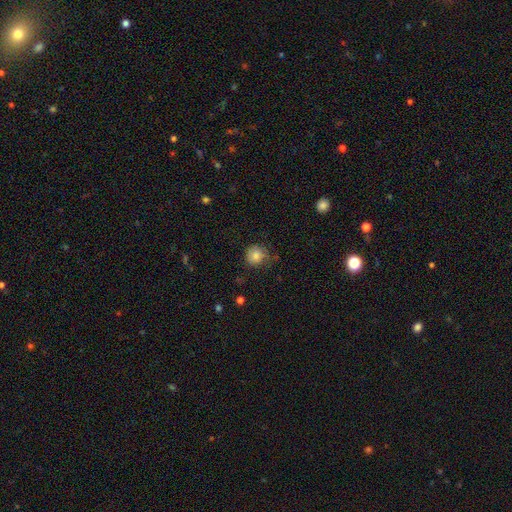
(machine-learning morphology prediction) Smooth or featured: smooth — 82% (star or artifact — 10%)
How rounded: round — 87% (in between — 13%)
Merging: none — 68% (minor disturbance — 23%)